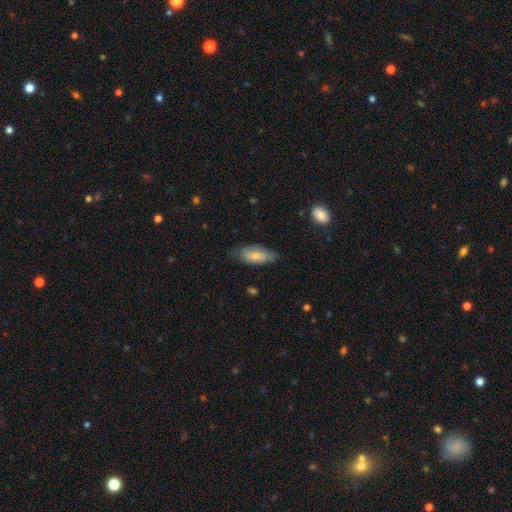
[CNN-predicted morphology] A smooth galaxy with no disk features (68%) that is in between round and cigar-shaped (84%). Merging: none (61%).